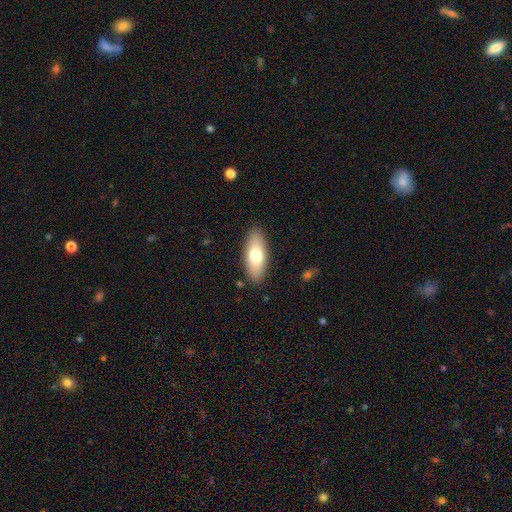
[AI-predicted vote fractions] Smooth or featured? smooth (73%)
How rounded? in between (75%)
Merging? none (88%)